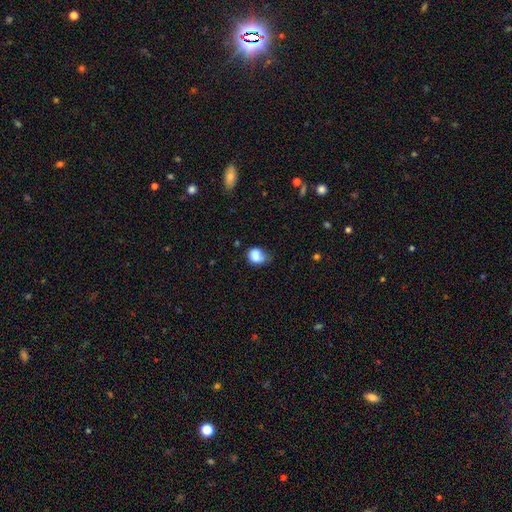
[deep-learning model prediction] Morphology: type=smooth (84%); roundness=round (53%); merging=minor disturbance (43%).